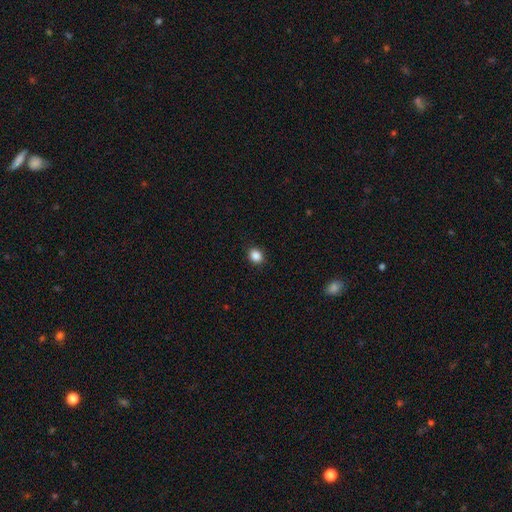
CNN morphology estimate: The model was most divided on "how rounded": round: 60%, in between: 39%, cigar-shaped: 1%. More confident: merging — none (90%); smooth or featured — smooth (87%).